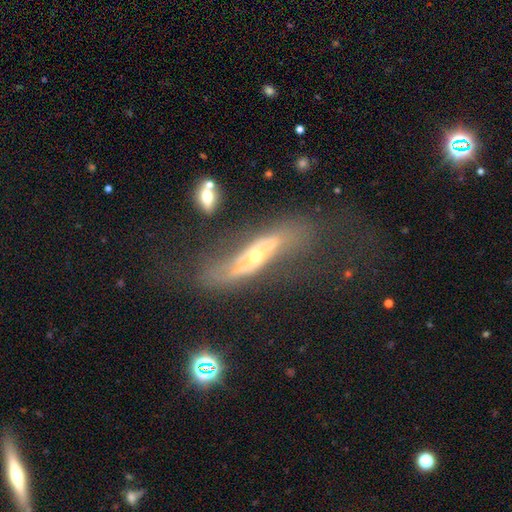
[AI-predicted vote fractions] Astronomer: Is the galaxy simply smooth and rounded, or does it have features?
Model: featured or disk — 71%.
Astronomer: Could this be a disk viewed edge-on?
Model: no — 58% (runner-up: yes, 42%).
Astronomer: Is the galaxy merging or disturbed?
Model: none — 45% (runner-up: major disturbance, 26%).